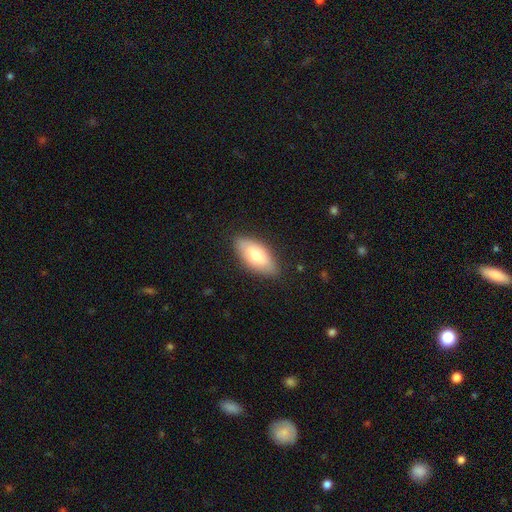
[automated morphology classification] The model was most divided on "smooth or featured": smooth: 74%, featured or disk: 20%, star or artifact: 6%. More confident: how rounded — in between (88%); merging — none (84%).